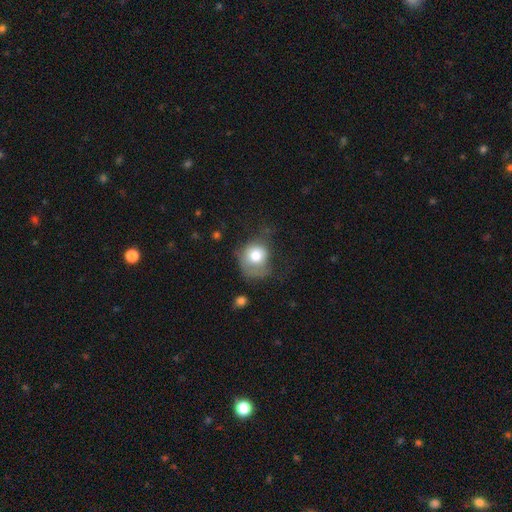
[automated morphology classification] Overall: smooth (72%). How rounded: round (74%). Merging: none (34%; major disturbance 32%).